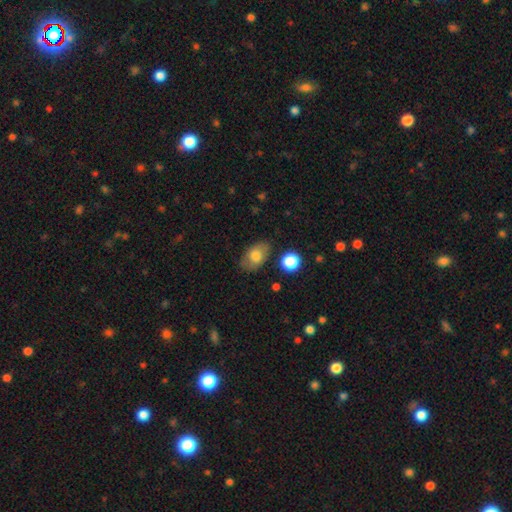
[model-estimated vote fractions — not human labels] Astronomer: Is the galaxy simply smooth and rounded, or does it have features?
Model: smooth — 71%.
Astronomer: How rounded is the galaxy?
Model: in between — 85%.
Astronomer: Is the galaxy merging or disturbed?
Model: none — 74%.